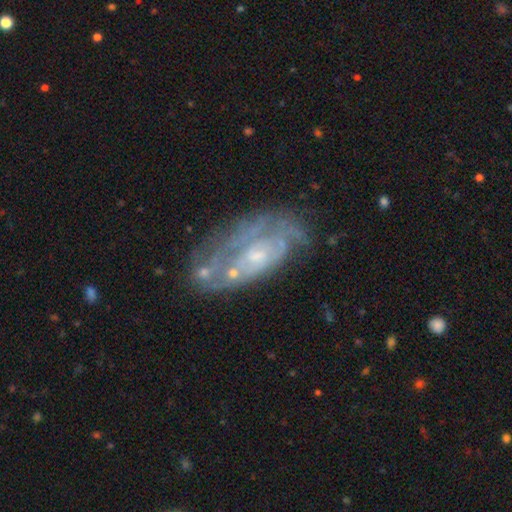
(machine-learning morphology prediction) smooth_or_featured: featured or disk (p=0.75) [alt: smooth p=0.16]
disk_edge_on: no (p=0.92) [alt: yes p=0.08]
bar: no (p=0.73) [alt: weak p=0.22]
has_spiral_arms: yes (p=0.72) [alt: no p=0.28]
bulge_size: small (p=0.59) [alt: moderate p=0.28]
merging: none (p=0.58) [alt: minor disturbance p=0.22]